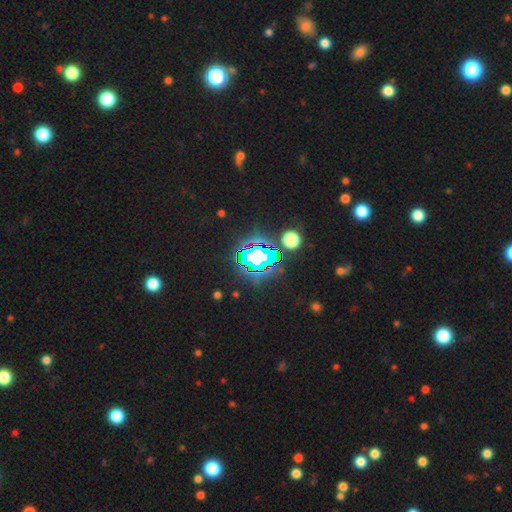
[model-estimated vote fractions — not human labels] This appears to be a star or artifact, not a galaxy (80%).